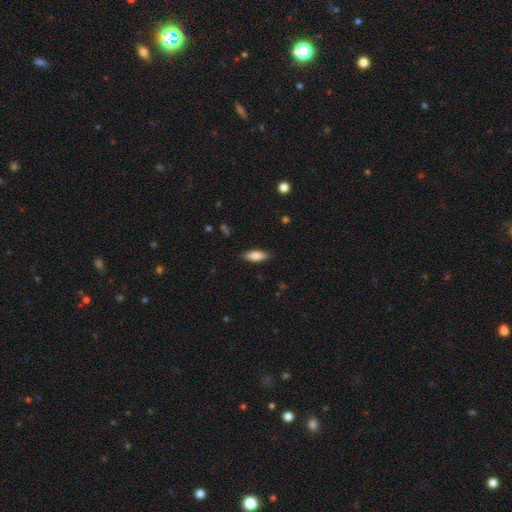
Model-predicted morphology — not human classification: Smooth or featured: smooth — 79% (featured or disk — 15%)
How rounded: in between — 64% (cigar-shaped — 34%)
Merging: none — 87% (minor disturbance — 10%)